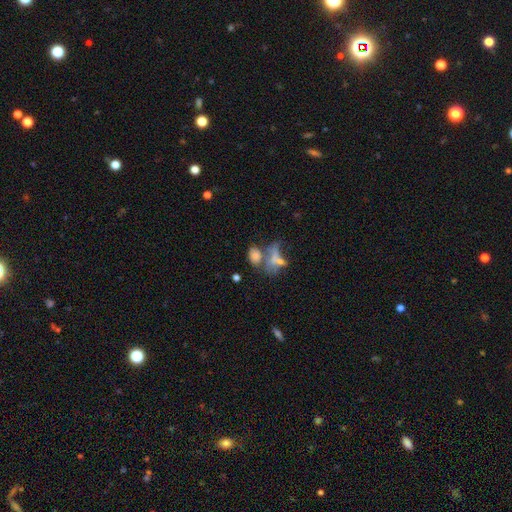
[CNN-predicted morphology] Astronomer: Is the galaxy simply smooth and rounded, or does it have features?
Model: smooth — 68%.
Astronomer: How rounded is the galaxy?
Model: in between — 74%.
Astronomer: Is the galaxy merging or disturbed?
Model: merger — 47% (runner-up: none, 31%).